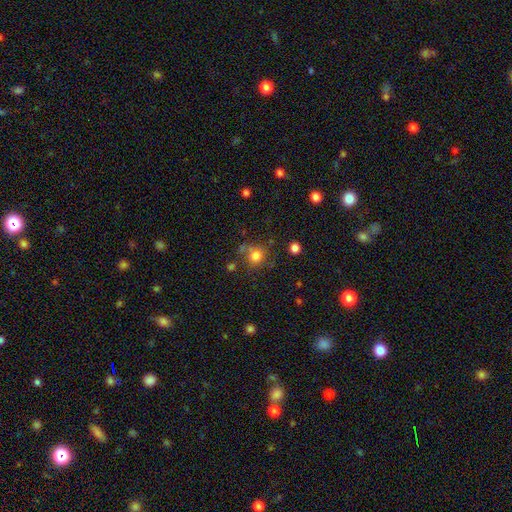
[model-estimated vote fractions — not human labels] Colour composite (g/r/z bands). It shows a smooth galaxy with no disk features (77%) that is round (86%). Merging: none (66%).